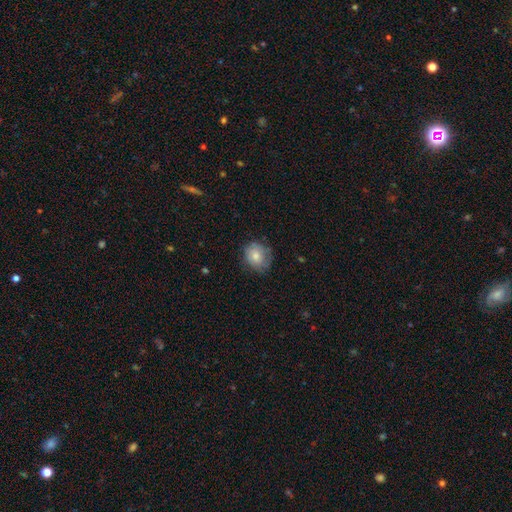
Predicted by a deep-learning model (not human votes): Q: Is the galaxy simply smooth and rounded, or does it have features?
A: smooth — 75%.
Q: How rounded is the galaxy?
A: round — 69%.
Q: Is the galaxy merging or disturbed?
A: none — 69%.